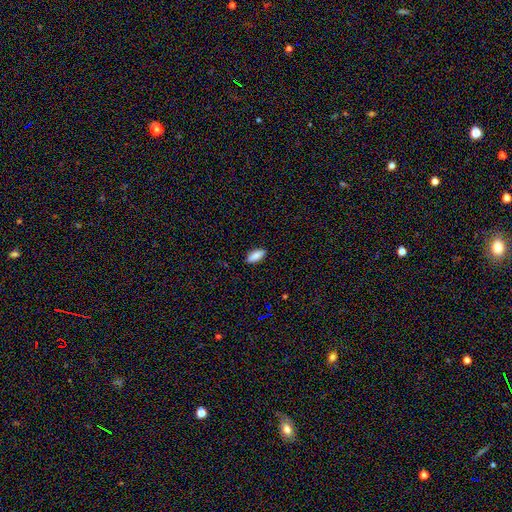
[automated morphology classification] Smooth or featured? Predicted: smooth (p=0.86). How rounded? Predicted: in between (p=0.82). Merging? Predicted: none (p=0.89).